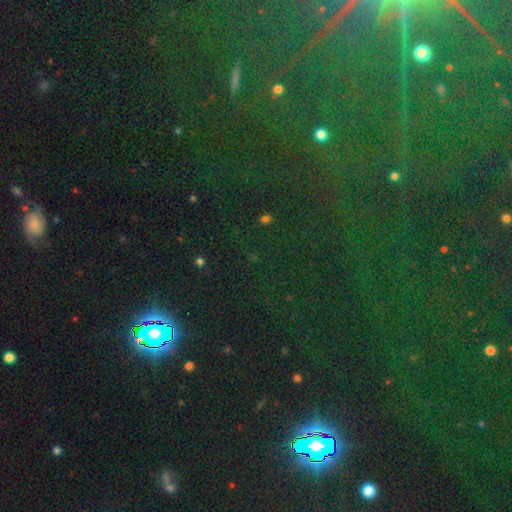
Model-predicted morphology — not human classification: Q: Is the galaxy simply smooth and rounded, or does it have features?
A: star or artifact — 80%.